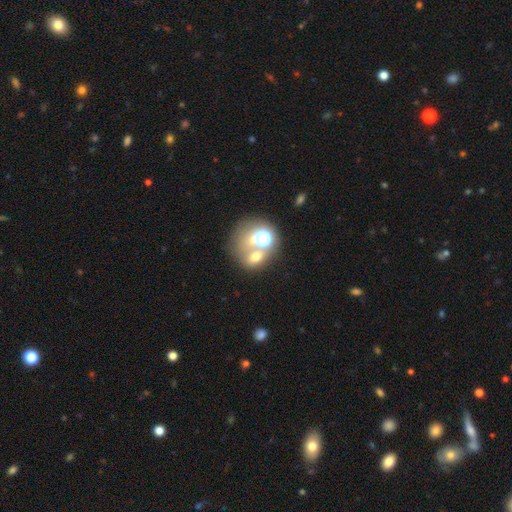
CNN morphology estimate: The model was most divided on "merging": merger: 41%, none: 40%, minor disturbance: 10%, major disturbance: 9%. More confident: how rounded — round (58%); smooth or featured — smooth (53%).